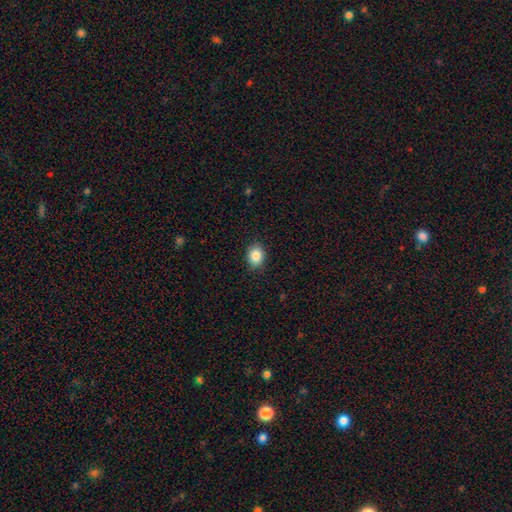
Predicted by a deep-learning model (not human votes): Smooth or featured? Predicted: smooth (p=0.86). How rounded? Predicted: in between (p=0.57). Merging? Predicted: none (p=0.87).